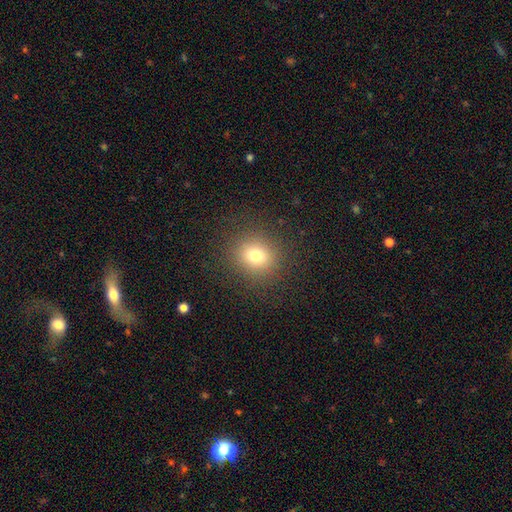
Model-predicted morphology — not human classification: Smooth or featured: smooth — 75% (star or artifact — 16%)
How rounded: round — 83% (in between — 16%)
Merging: none — 88% (minor disturbance — 7%)